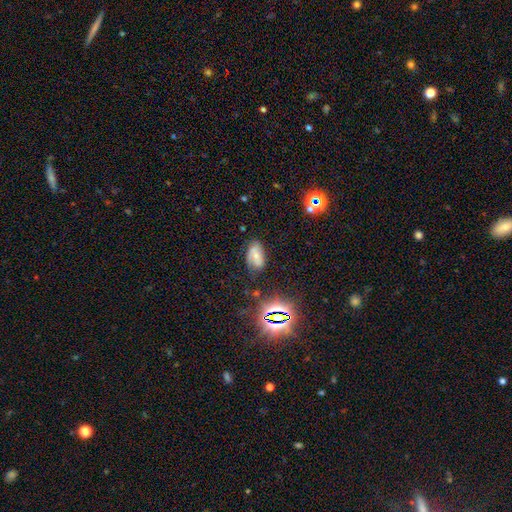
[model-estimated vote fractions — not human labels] smooth 45%, featured or disk 37%, star or artifact 18%. Down the decision tree: merging — none (61%).